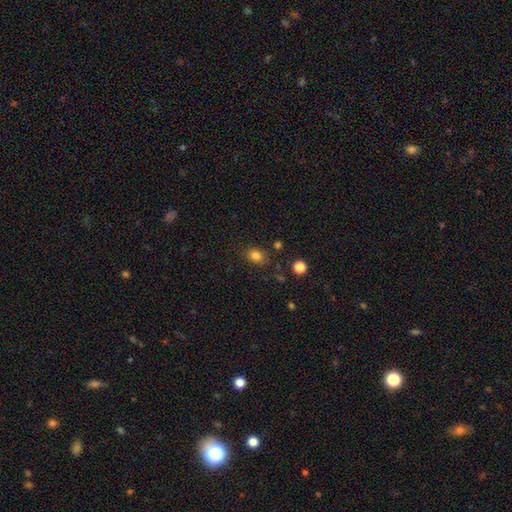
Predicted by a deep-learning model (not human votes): This appears to be a smooth galaxy with no disk features (82%) that is in between round and cigar-shaped (58%). Merging: none (78%).